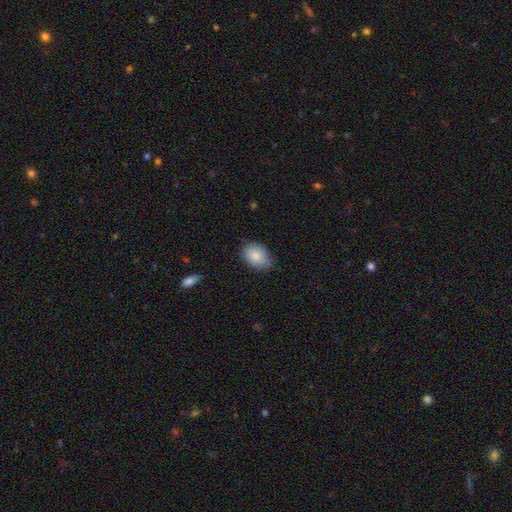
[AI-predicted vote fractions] smooth_or_featured: smooth (p=0.86) [alt: featured or disk p=0.07]
how_rounded: in between (p=0.81) [alt: round p=0.18]
merging: none (p=0.75) [alt: minor disturbance p=0.21]